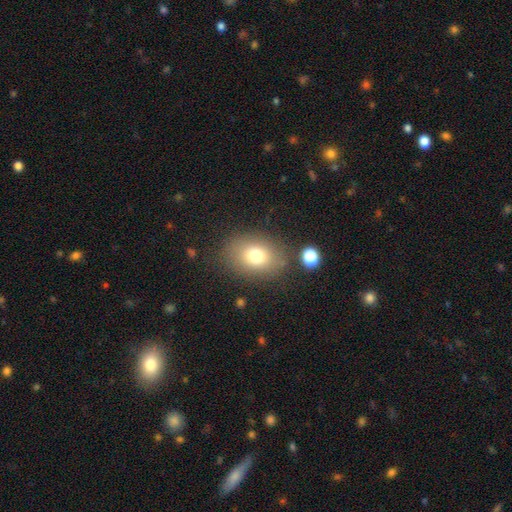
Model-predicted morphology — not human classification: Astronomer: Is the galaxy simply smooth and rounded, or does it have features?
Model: smooth — 76%.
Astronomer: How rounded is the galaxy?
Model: in between — 62%.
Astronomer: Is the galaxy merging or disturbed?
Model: none — 79%.